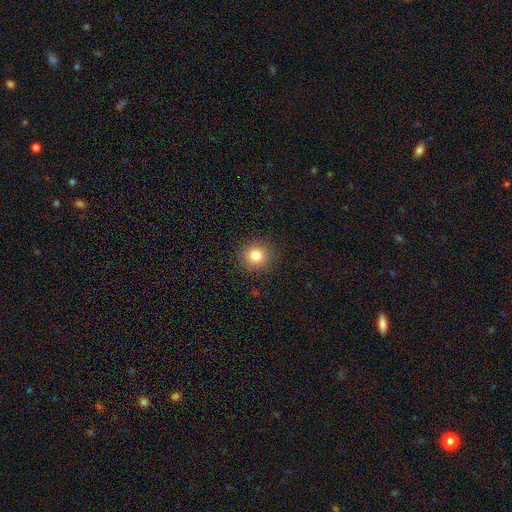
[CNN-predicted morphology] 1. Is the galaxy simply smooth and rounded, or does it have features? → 81% smooth, 12% star or artifact, 7% featured or disk.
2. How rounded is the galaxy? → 89% round, 10% in between, 1% cigar-shaped.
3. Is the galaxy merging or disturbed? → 90% none, 7% minor disturbance, 2% major disturbance, 1% merger.